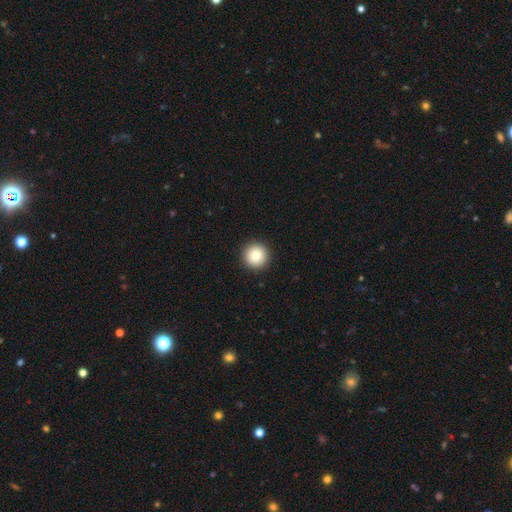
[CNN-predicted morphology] type=smooth (85%); roundness=round (96%); merging=none (93%).